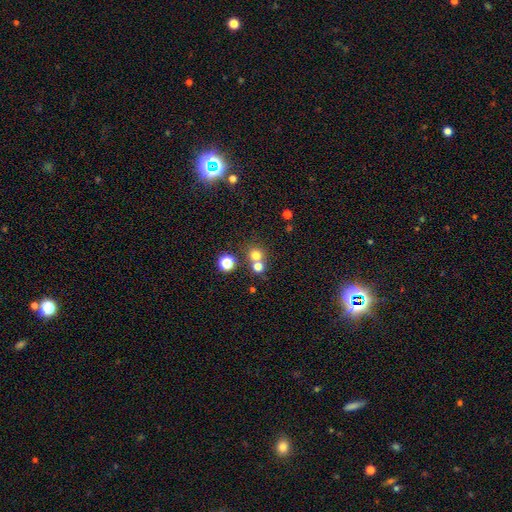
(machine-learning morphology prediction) This is likely a smooth galaxy (72%). How rounded: clearly round (88%). Merging: possibly none (52%).